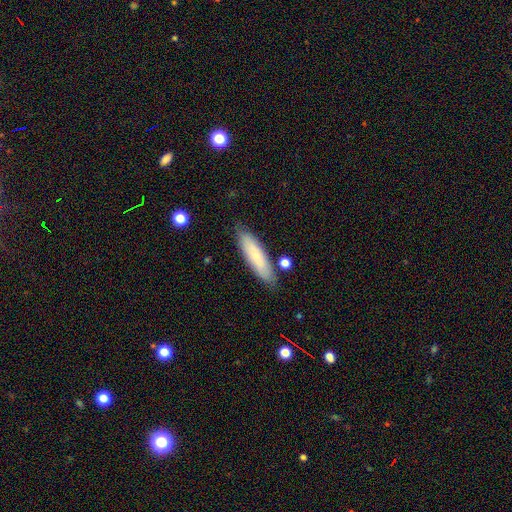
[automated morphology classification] A smooth galaxy with no disk features (70%) that is cigar-shaped (67%). Merging: none (82%).